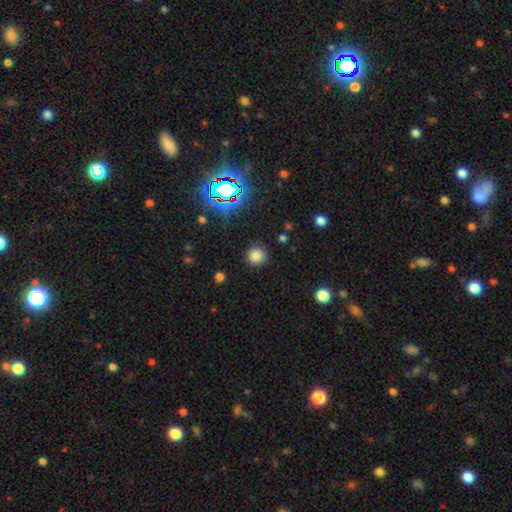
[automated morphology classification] This appears to be a smooth galaxy with no disk features (78%) that is round (93%). Merging: none (89%).